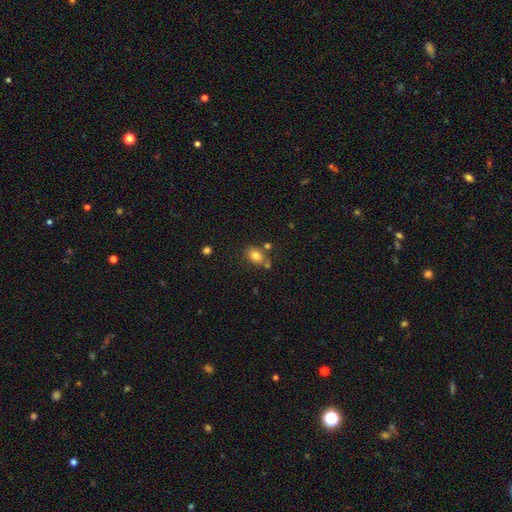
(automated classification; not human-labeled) smooth-or-featured: smooth: 79% | star or artifact: 11% | featured or disk: 10%
  how-rounded: in between: 62% | round: 37% | cigar-shaped: 1%
  merging: none: 62% | minor disturbance: 17% | merger: 16% | major disturbance: 5%